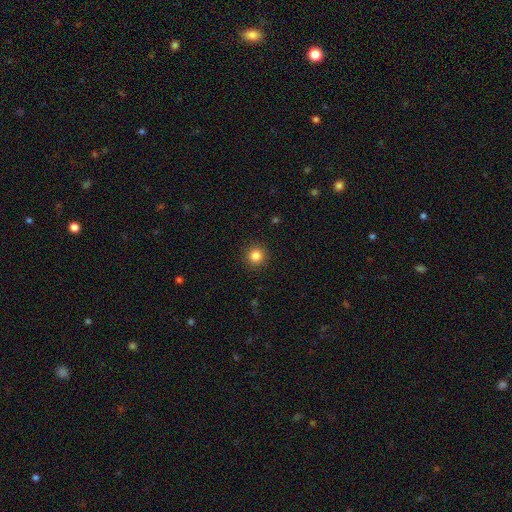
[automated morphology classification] Smooth or featured?
  - smooth: 84% *
  - star or artifact: 11%
  - featured or disk: 4%
How rounded?
  - round: 95% *
  - in between: 4%
  - cigar-shaped: 1%
Merging?
  - none: 92% *
  - minor disturbance: 5%
  - major disturbance: 2%
  - merger: 1%